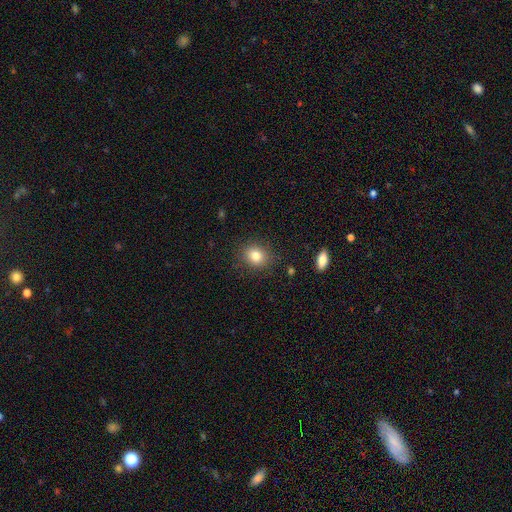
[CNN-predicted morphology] Overall: smooth (82%). How rounded: round (66%; in between 33%). Merging: none (85%).